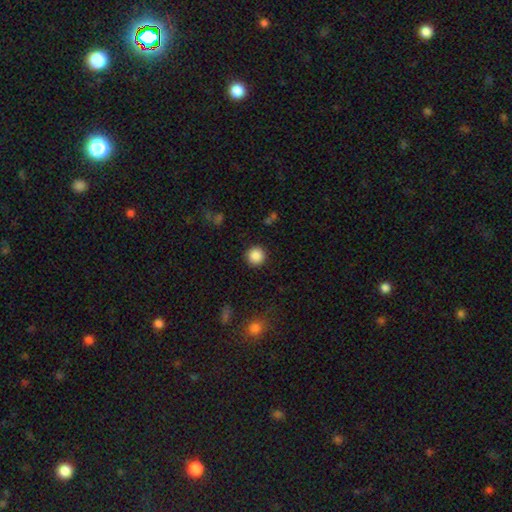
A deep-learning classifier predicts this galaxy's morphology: smooth_or_featured: smooth (p=0.87) [alt: star or artifact p=0.09]
how_rounded: round (p=0.95) [alt: in between p=0.04]
merging: none (p=0.92) [alt: minor disturbance p=0.05]